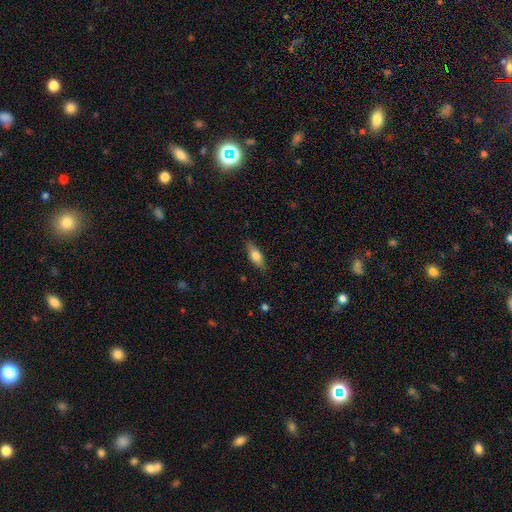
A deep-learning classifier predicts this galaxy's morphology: A smooth galaxy with no disk features (68%) that is in between round and cigar-shaped (63%). Merging: none (85%).